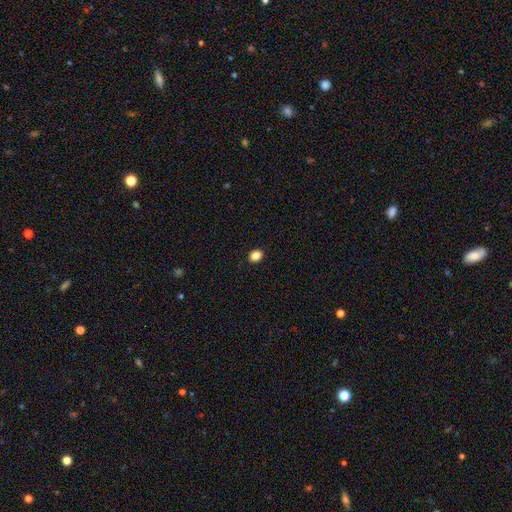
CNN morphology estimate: Overall: smooth (85%). How rounded: in between (52%; round 47%). Merging: none (91%).